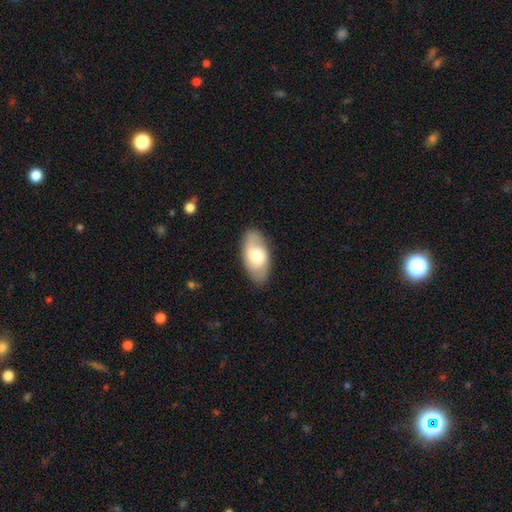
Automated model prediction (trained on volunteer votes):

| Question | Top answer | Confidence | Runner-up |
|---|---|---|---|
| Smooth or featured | smooth | 58% | featured or disk (36%) |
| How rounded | in between | 92% | round (4%) |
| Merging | none | 82% | minor disturbance (13%) |